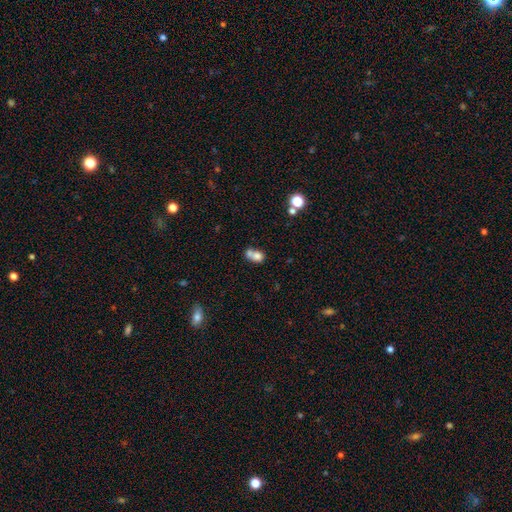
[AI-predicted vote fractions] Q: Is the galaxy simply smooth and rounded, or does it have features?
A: smooth — 73%.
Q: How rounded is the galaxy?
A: round — 52%.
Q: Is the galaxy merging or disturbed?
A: merger — 62%.